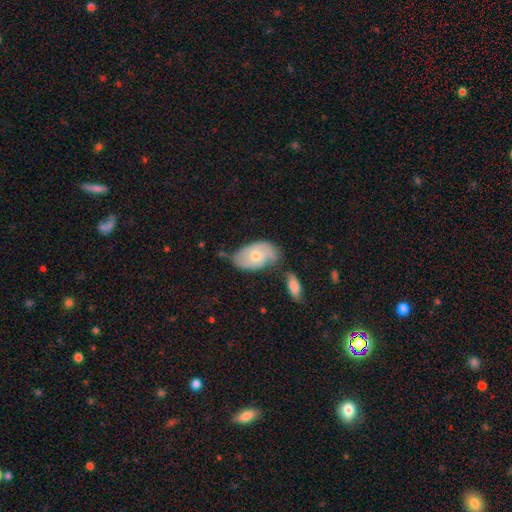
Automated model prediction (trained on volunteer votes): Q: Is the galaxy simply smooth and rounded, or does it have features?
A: featured or disk — 49%.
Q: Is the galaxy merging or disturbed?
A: none — 45%.